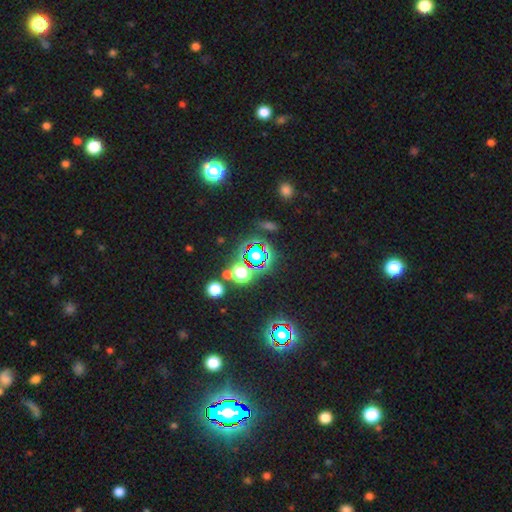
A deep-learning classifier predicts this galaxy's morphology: Overall: star or artifact (64%; smooth 25%).